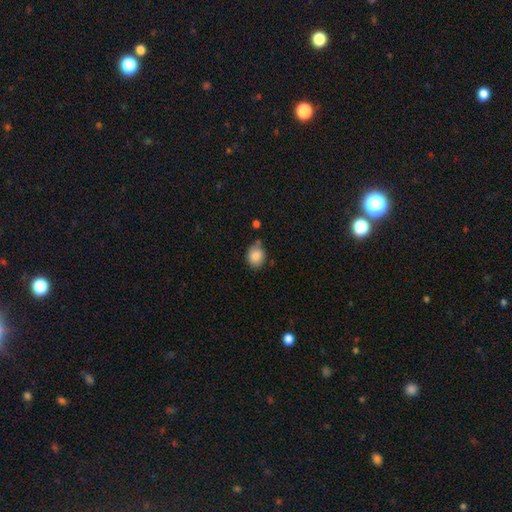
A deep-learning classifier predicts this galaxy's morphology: smooth_or_featured: smooth (p=0.86) [alt: star or artifact p=0.08]
how_rounded: round (p=0.60) [alt: in between p=0.39]
merging: none (p=0.70) [alt: minor disturbance p=0.18]